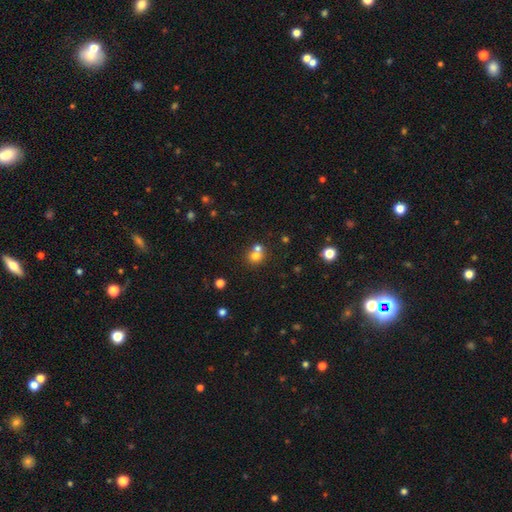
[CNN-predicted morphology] This appears to be a smooth galaxy with no disk features (70%) that is round (83%). Merging: merger (49%).